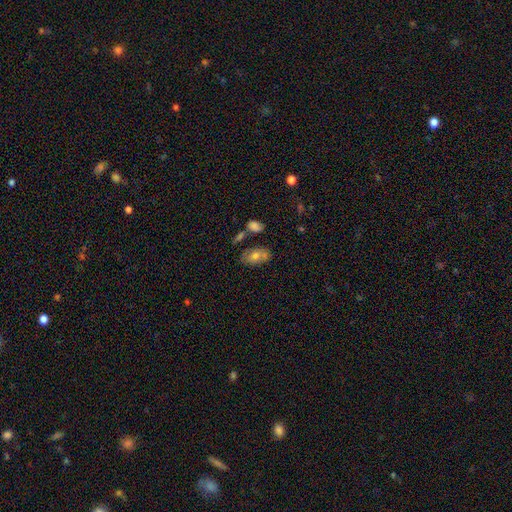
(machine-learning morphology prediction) A smooth galaxy with no disk features (59%) that is in between round and cigar-shaped (87%).

Vote fractions:
- Smooth or featured? smooth: 59% / featured or disk: 30% / star or artifact: 11%
- How rounded? in between: 87% / round: 11% / cigar-shaped: 2%
- Merging? none: 64% / minor disturbance: 17% / merger: 13% / major disturbance: 5%